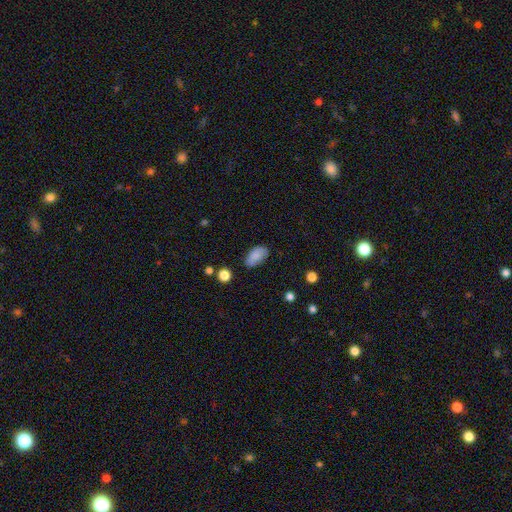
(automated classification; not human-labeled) This appears to be a smooth galaxy with no disk features (84%) that is in between round and cigar-shaped (93%). Merging: none (74%).